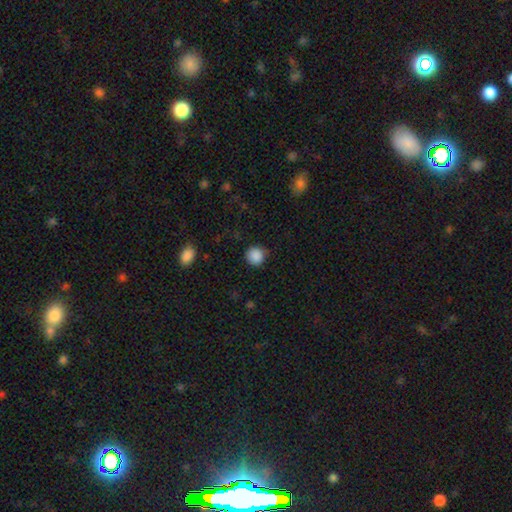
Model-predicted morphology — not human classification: A smooth galaxy with no disk features (88%) that is round (92%). Merging: none (86%).